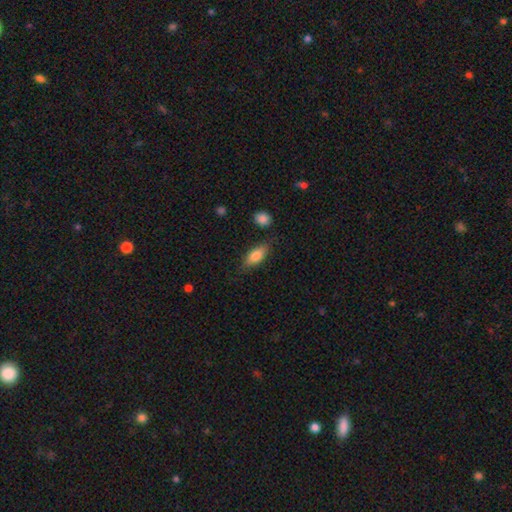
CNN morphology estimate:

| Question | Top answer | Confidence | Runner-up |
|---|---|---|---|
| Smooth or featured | smooth | 75% | featured or disk (18%) |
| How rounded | in between | 77% | cigar-shaped (20%) |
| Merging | none | 77% | minor disturbance (16%) |